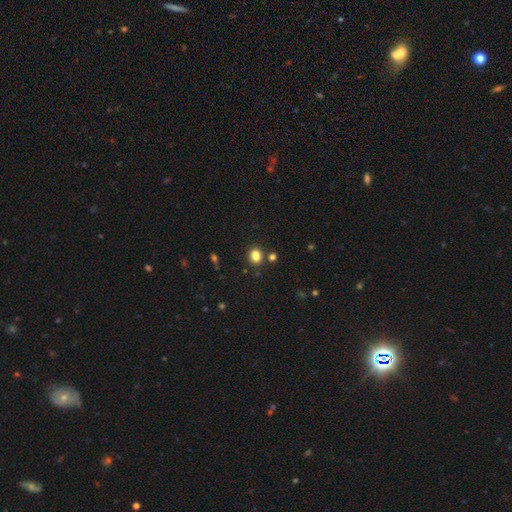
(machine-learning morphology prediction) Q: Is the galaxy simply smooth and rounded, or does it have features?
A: smooth — 81%.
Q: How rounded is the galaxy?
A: round — 58%.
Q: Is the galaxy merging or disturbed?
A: none — 75%.